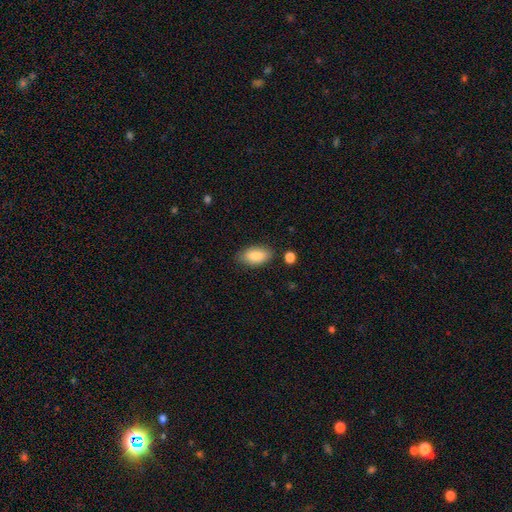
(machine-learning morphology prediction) Smooth or featured? smooth (86%)
How rounded? in between (93%)
Merging? none (81%)